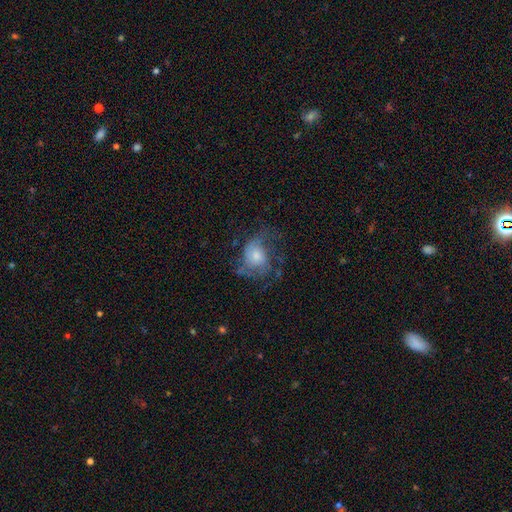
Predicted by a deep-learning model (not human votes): A featured or disk galaxy (55%) with no bar (76%), spiral arms (77%) and a moderate central bulge (44%). Merging: none (41%).